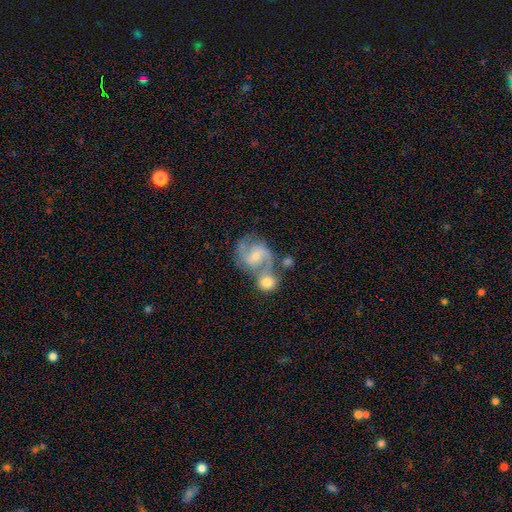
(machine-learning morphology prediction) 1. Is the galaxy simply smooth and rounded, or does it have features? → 79% featured or disk, 15% smooth, 7% star or artifact.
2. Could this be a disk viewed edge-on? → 98% no, 2% yes.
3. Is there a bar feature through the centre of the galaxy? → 47% weak, 35% no, 18% strong.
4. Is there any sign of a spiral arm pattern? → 95% yes, 5% no.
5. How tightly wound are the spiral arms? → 58% medium, 26% loose, 16% tight.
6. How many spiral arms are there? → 89% 2, 5% can't tell, 3% 3, 2% 1, 1% 4, 1% more than 4.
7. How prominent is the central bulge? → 51% small, 43% moderate, 2% none, 2% large, 1% dominant.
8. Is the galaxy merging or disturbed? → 43% merger, 38% none, 13% minor disturbance, 7% major disturbance.